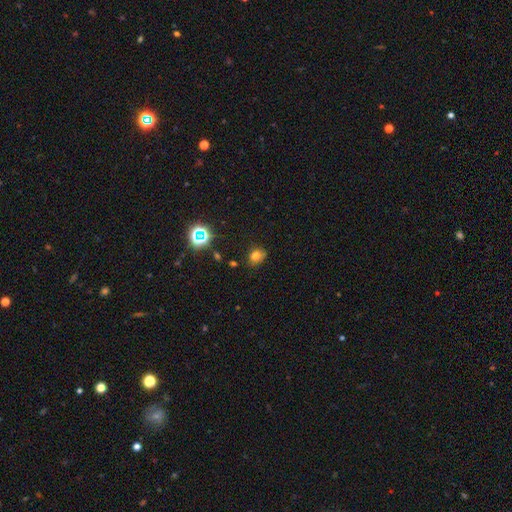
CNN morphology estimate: Q: Smooth or featured?
A: smooth (72%); runner-up: star or artifact (20%)
Q: How rounded?
A: round (50%); runner-up: in between (49%)
Q: Merging?
A: none (73%); runner-up: minor disturbance (20%)